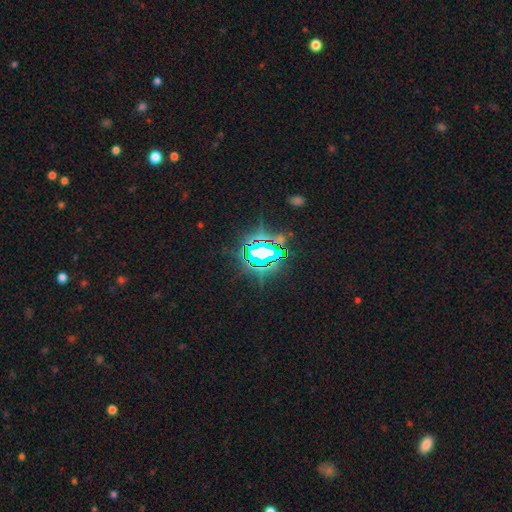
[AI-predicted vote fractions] smooth_or_featured: star or artifact (p=0.79) [alt: smooth p=0.11]